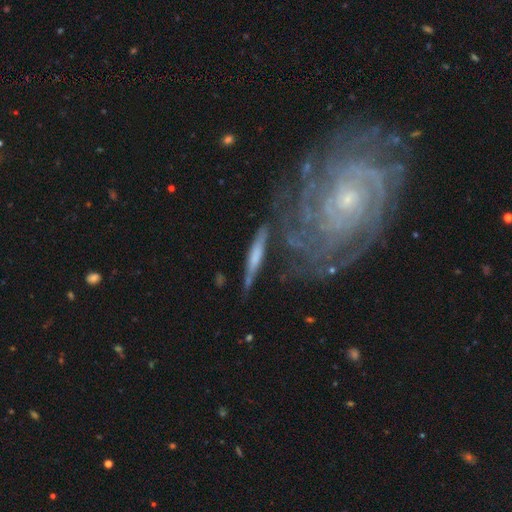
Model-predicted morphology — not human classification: Smooth or featured? Predicted: featured or disk (p=0.56). Edge-on disk? Predicted: yes (p=0.74). Merging? Predicted: none (p=0.67).